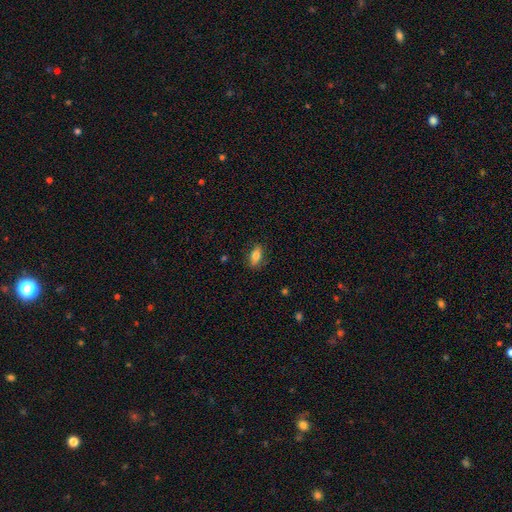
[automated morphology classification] smooth 76%, featured or disk 16%, star or artifact 7%. Down the decision tree: how rounded — in between (80%); merging — none (82%).